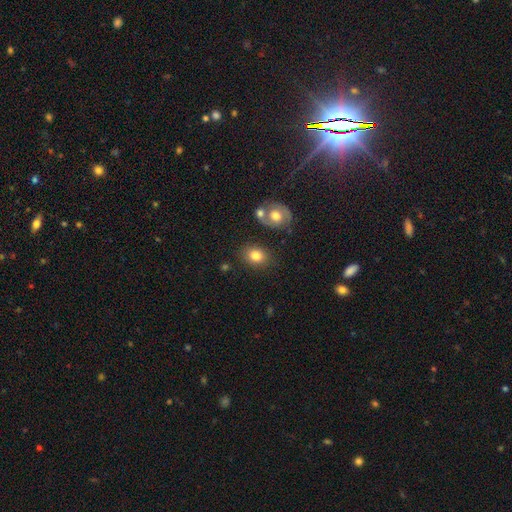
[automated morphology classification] smooth 80%, featured or disk 11%, star or artifact 9%. Down the decision tree: how rounded — in between (60%); merging — none (78%).